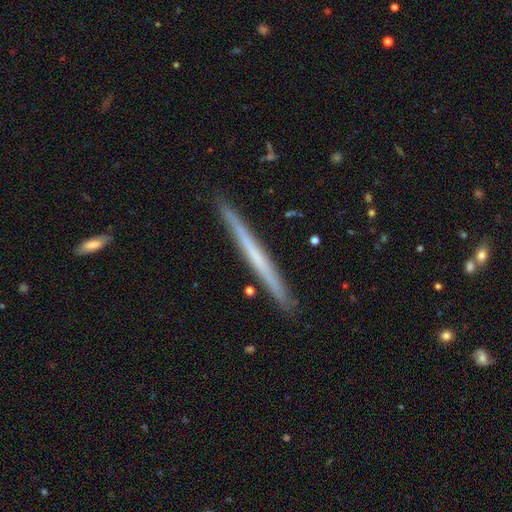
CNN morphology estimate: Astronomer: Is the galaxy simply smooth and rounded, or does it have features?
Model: featured or disk — 54% (runner-up: smooth, 40%).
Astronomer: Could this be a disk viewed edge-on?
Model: yes — 97%.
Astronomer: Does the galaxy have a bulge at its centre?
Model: none — 88%.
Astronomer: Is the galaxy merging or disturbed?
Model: none — 91%.